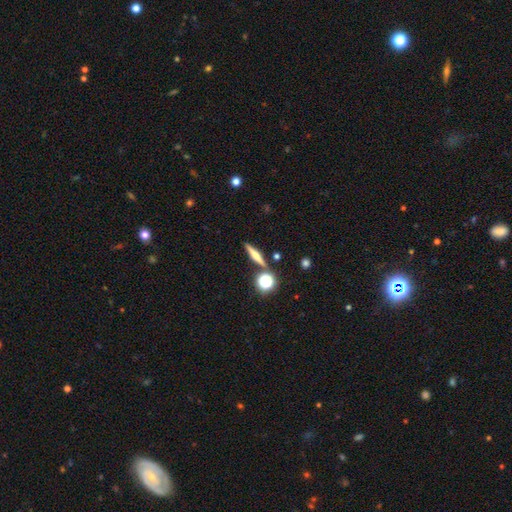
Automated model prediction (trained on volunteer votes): Smooth or featured? featured or disk (52%)
Edge-on disk? yes (95%)
Merging? none (84%)